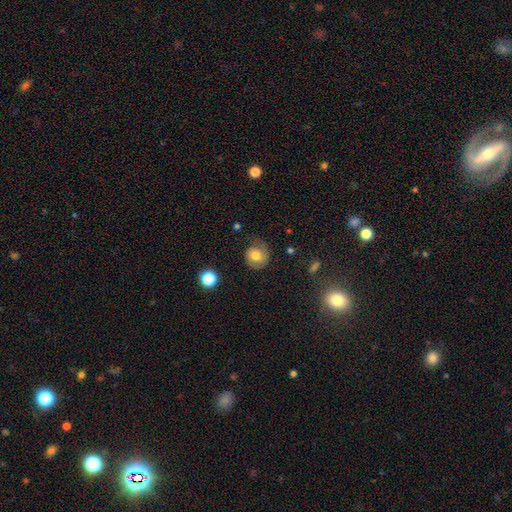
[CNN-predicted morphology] Smooth or featured?
  - smooth: 62% *
  - featured or disk: 28%
  - star or artifact: 10%
How rounded?
  - round: 82% *
  - in between: 17%
  - cigar-shaped: 1%
Merging?
  - none: 65% *
  - minor disturbance: 22%
  - major disturbance: 11%
  - merger: 2%